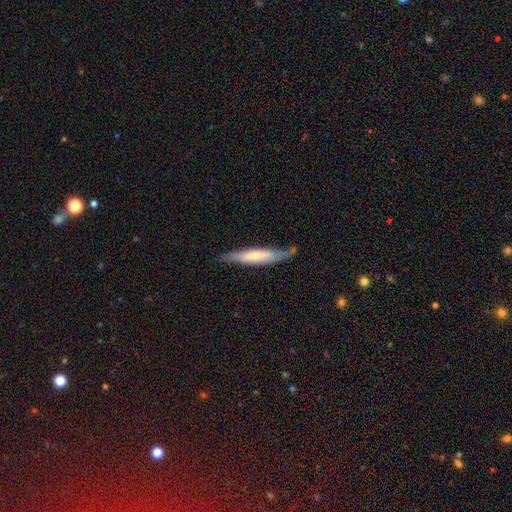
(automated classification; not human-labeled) smooth_or_featured: smooth (p=0.55) [alt: featured or disk p=0.40]
how_rounded: cigar-shaped (p=0.89) [alt: in between p=0.10]
merging: none (p=0.70) [alt: minor disturbance p=0.22]